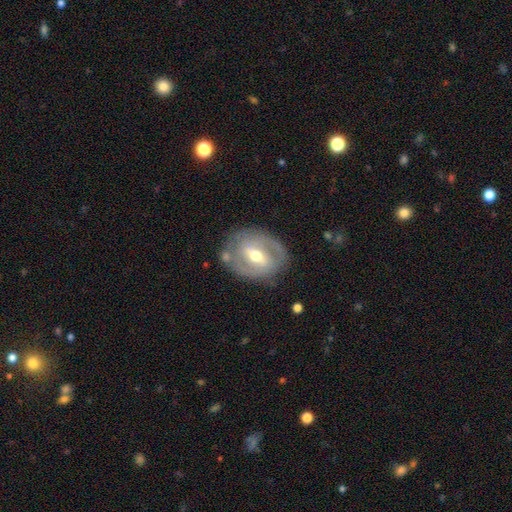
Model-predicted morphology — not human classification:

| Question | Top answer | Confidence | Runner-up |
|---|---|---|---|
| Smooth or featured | featured or disk | 76% | smooth (18%) |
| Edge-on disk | no | 95% | yes (5%) |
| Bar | weak | 43% | strong (39%) |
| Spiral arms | yes | 72% | no (28%) |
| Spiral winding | tight | 45% | medium (40%) |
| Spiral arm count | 2 | 75% | can't tell (15%) |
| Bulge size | moderate | 70% | small (23%) |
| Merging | none | 75% | minor disturbance (16%) |